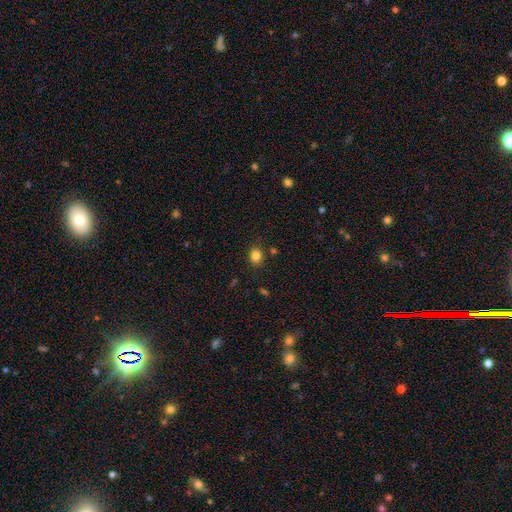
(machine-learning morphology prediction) Smooth or featured? Predicted: smooth (p=0.83). How rounded? Predicted: round (p=0.68). Merging? Predicted: none (p=0.85).